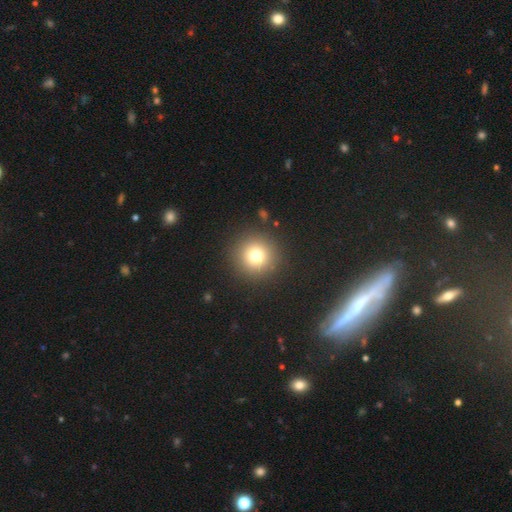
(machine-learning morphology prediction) smooth 75%, star or artifact 15%, featured or disk 10%. Down the decision tree: how rounded — round (96%); merging — none (90%).